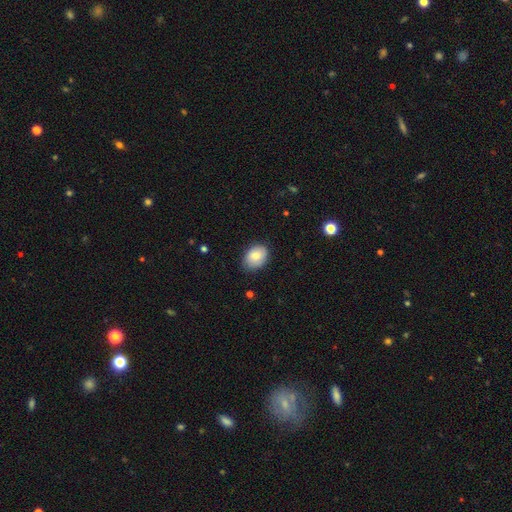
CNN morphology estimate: type=smooth (78%); roundness=in between (72%); merging=none (78%).